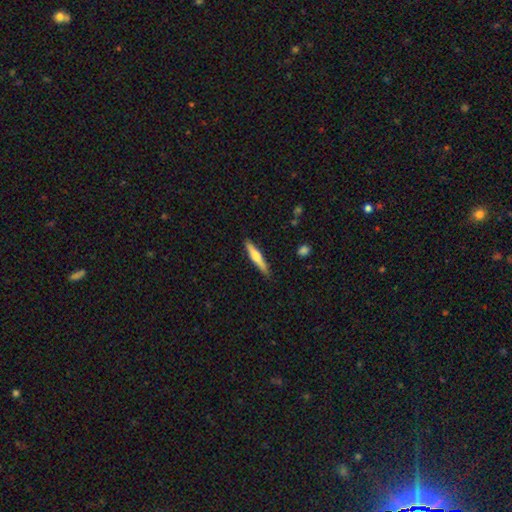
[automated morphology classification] smooth_or_featured: featured or disk (p=0.48) [alt: smooth p=0.47]
merging: none (p=0.89) [alt: minor disturbance p=0.08]